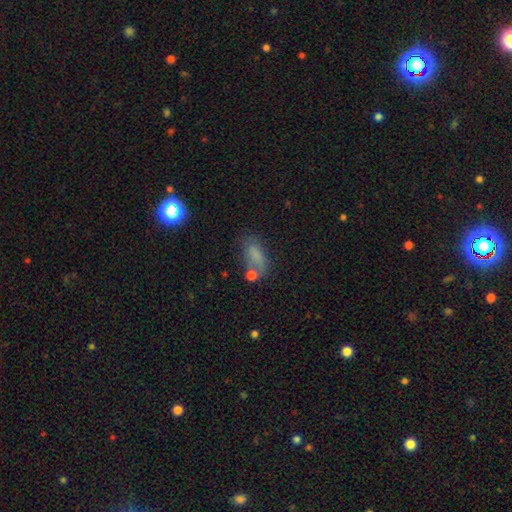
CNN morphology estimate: A smooth galaxy with no disk features (73%) that is in between round and cigar-shaped (80%).

Vote fractions:
- Smooth or featured? smooth: 73% / star or artifact: 15% / featured or disk: 11%
- How rounded? in between: 80% / cigar-shaped: 11% / round: 9%
- Merging? none: 52% / minor disturbance: 23% / major disturbance: 14% / merger: 11%